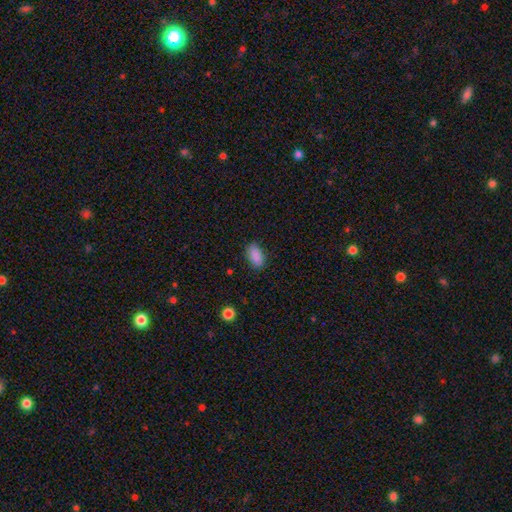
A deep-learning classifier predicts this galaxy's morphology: Smooth or featured: smooth — 88% (star or artifact — 8%)
How rounded: in between — 92% (round — 5%)
Merging: none — 83% (minor disturbance — 13%)